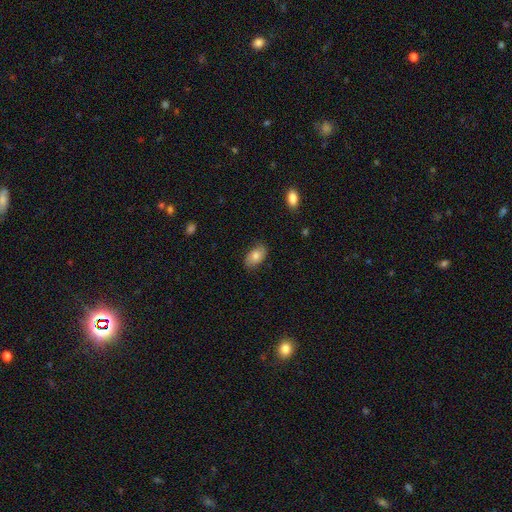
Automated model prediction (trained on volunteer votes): A smooth galaxy with no disk features (77%) that is in between round and cigar-shaped (93%).

Vote fractions:
- Smooth or featured? smooth: 77% / featured or disk: 15% / star or artifact: 7%
- How rounded? in between: 93% / round: 6% / cigar-shaped: 2%
- Merging? none: 80% / minor disturbance: 16% / major disturbance: 3% / merger: 1%